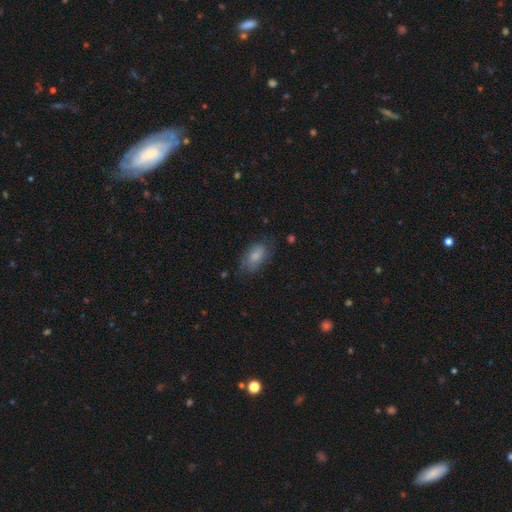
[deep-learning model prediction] smooth 74%, featured or disk 19%, star or artifact 7%. Down the decision tree: how rounded — in between (91%); merging — none (64%).